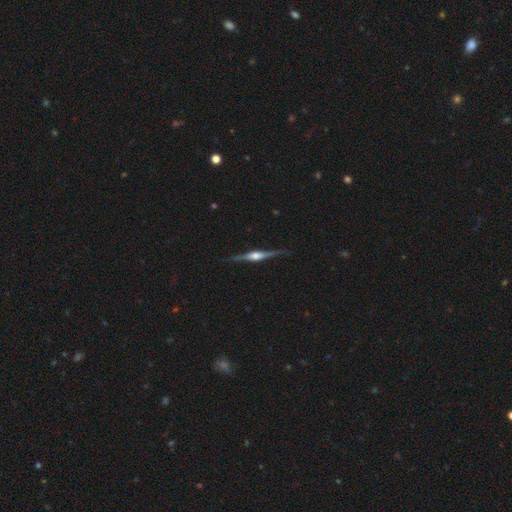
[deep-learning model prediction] Smooth or featured? featured or disk (84%)
Edge-on disk? yes (98%)
Edge-on bulge? rounded (84%)
Merging? none (87%)